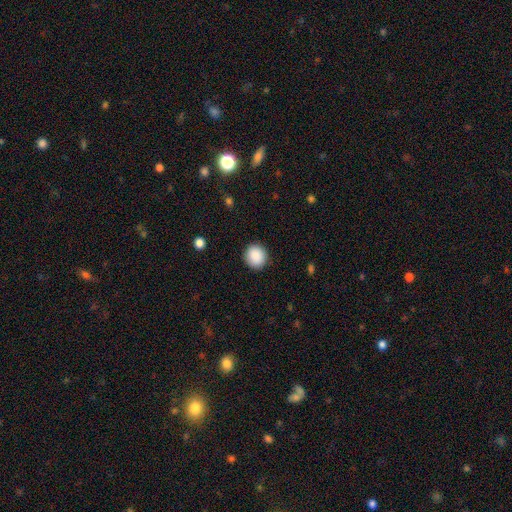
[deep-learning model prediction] smooth-or-featured: smooth: 89% | star or artifact: 8% | featured or disk: 3%
  how-rounded: round: 90% | in between: 9% | cigar-shaped: 1%
  merging: none: 91% | minor disturbance: 6% | major disturbance: 2% | merger: 1%